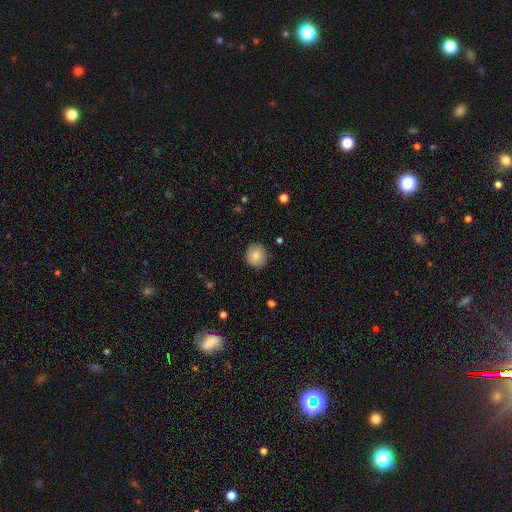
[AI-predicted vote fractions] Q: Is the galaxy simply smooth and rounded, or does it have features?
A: smooth — 78%.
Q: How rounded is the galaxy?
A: round — 91%.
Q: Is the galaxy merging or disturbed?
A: none — 87%.